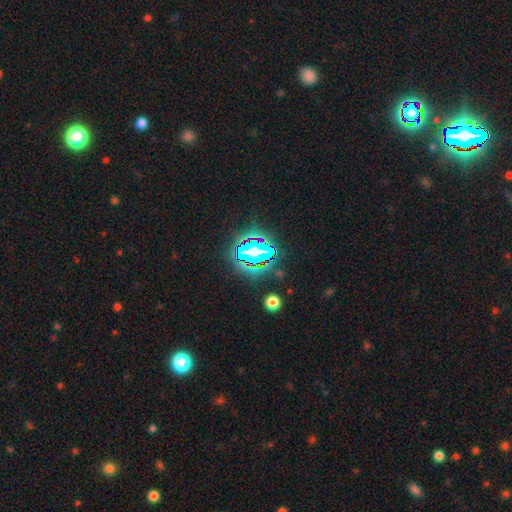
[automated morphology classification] Smooth or featured?
  - star or artifact: 66% *
  - smooth: 19%
  - featured or disk: 15%